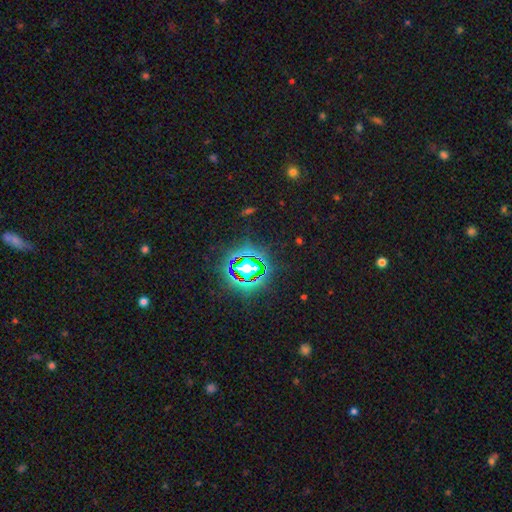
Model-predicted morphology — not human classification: type=star or artifact (82%).